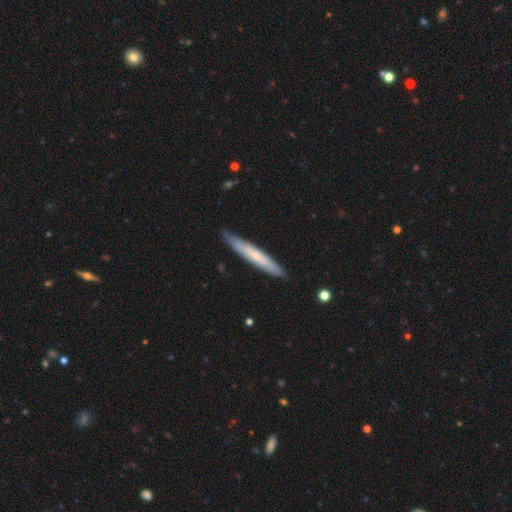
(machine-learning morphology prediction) smooth-or-featured: smooth: 57% | featured or disk: 38% | star or artifact: 5%
  how-rounded: cigar-shaped: 94% | in between: 5% | round: 1%
  merging: none: 87% | minor disturbance: 10% | major disturbance: 2% | merger: 1%